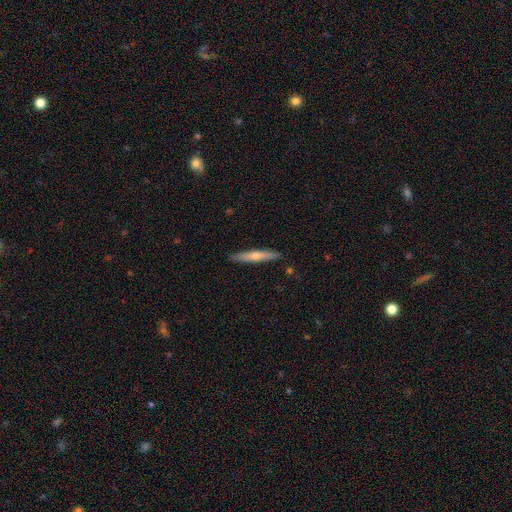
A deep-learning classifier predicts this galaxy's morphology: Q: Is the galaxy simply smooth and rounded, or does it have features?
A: smooth — 47%, tied with featured or disk.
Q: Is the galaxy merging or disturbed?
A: none — 90%.